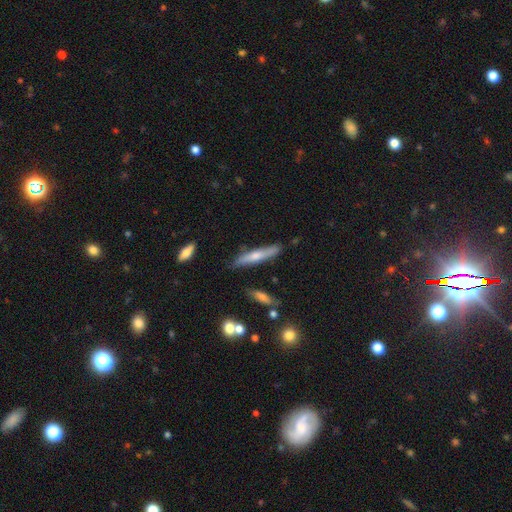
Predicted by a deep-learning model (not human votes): Smooth or featured? smooth (47%)
Merging? none (81%)